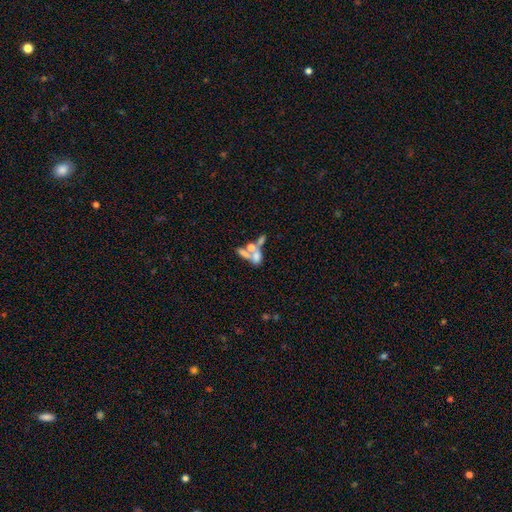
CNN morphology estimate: A smooth galaxy with no disk features (49%).

Vote fractions:
- Smooth or featured? smooth: 49% / featured or disk: 37% / star or artifact: 14%
- Merging? merger: 59% / none: 21% / major disturbance: 12% / minor disturbance: 8%